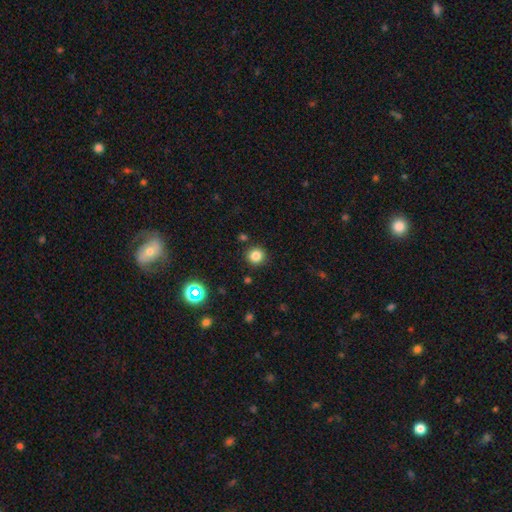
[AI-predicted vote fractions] Smooth or featured? Predicted: smooth (p=0.82). How rounded? Predicted: round (p=0.90). Merging? Predicted: none (p=0.89).